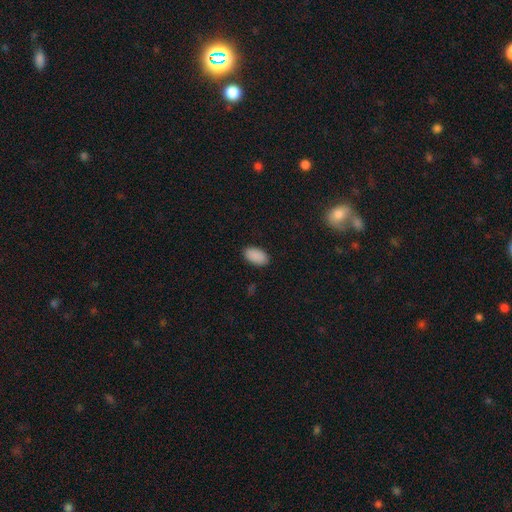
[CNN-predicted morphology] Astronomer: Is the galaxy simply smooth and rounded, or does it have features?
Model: smooth — 90%.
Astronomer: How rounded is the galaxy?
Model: in between — 95%.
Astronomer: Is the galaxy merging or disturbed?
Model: none — 89%.